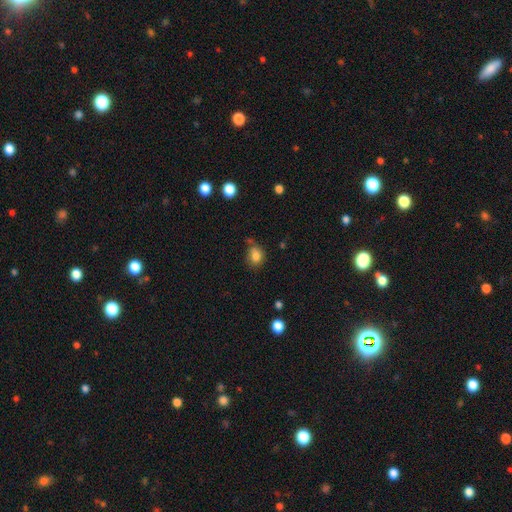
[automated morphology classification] smooth-or-featured: smooth: 82% | star or artifact: 11% | featured or disk: 7%
  how-rounded: round: 56% | in between: 43% | cigar-shaped: 1%
  merging: none: 66% | minor disturbance: 21% | merger: 8% | major disturbance: 5%